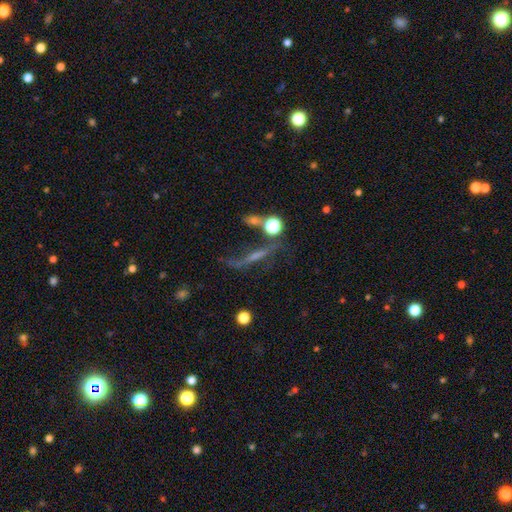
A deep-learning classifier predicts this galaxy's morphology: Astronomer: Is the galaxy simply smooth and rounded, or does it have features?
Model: featured or disk — 52%.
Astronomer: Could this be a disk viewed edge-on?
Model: yes — 59% (runner-up: no, 41%).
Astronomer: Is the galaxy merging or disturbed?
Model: none — 47% (runner-up: major disturbance, 22%).